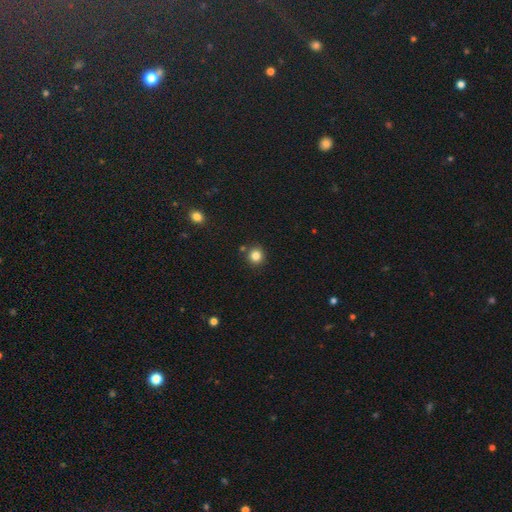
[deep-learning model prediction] Smooth or featured? Predicted: smooth (p=0.83). How rounded? Predicted: round (p=0.91). Merging? Predicted: none (p=0.84).